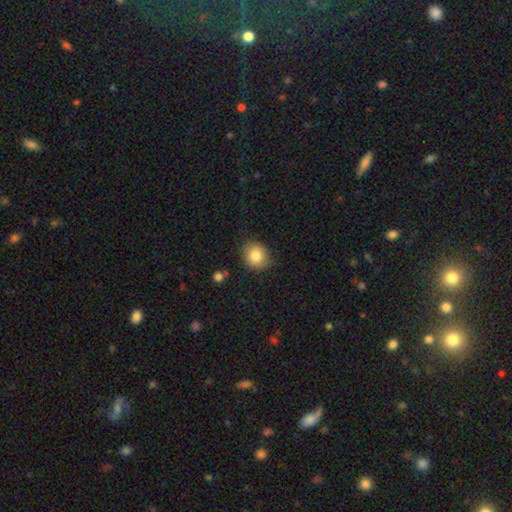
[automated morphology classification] smooth-or-featured: smooth: 82% | star or artifact: 9% | featured or disk: 8%
  how-rounded: round: 70% | in between: 29% | cigar-shaped: 1%
  merging: none: 78% | minor disturbance: 17% | major disturbance: 3% | merger: 2%